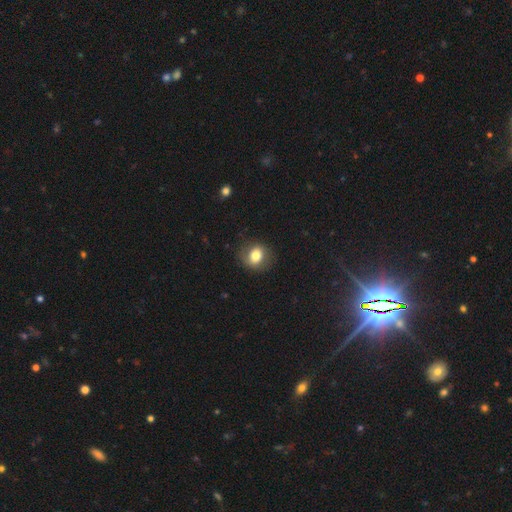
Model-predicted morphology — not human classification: Smooth or featured?
  - smooth: 73% *
  - featured or disk: 19%
  - star or artifact: 9%
How rounded?
  - round: 57% *
  - in between: 42%
  - cigar-shaped: 1%
Merging?
  - none: 79% *
  - minor disturbance: 14%
  - major disturbance: 5%
  - merger: 1%